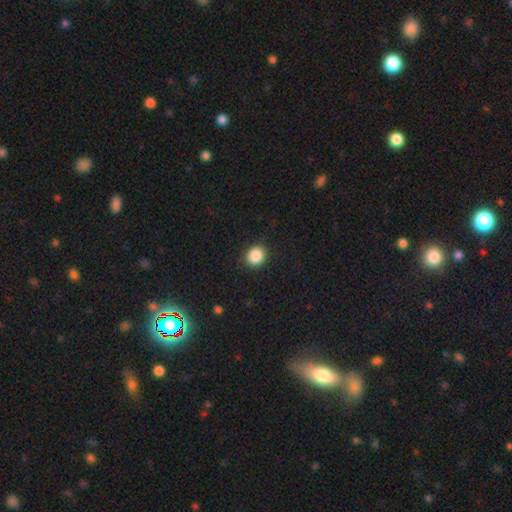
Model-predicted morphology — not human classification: smooth_or_featured: smooth (p=0.87) [alt: star or artifact p=0.09]
how_rounded: round (p=0.77) [alt: in between p=0.22]
merging: none (p=0.90) [alt: minor disturbance p=0.07]